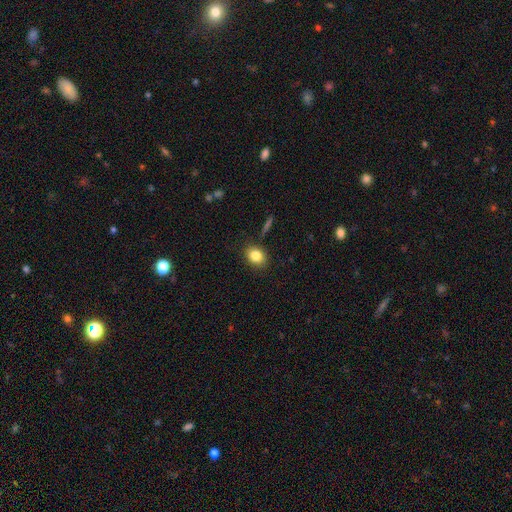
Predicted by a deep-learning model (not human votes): The model was most divided on "how rounded": in between: 54%, round: 45%, cigar-shaped: 1%. More confident: merging — none (85%); smooth or featured — smooth (83%).